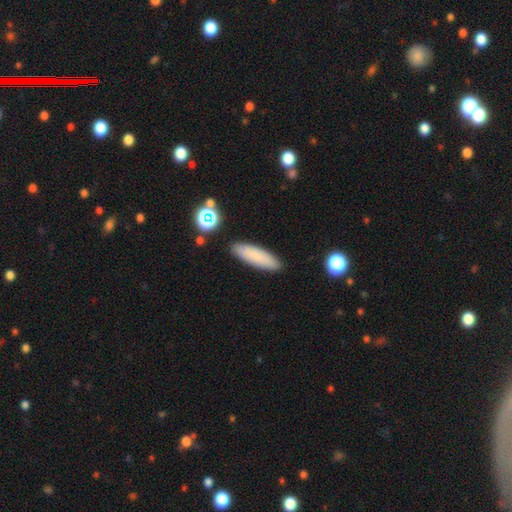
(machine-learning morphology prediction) Smooth or featured?
  - smooth: 84% *
  - featured or disk: 8%
  - star or artifact: 8%
How rounded?
  - cigar-shaped: 59% *
  - in between: 39%
  - round: 2%
Merging?
  - none: 89% *
  - minor disturbance: 7%
  - major disturbance: 2%
  - merger: 2%